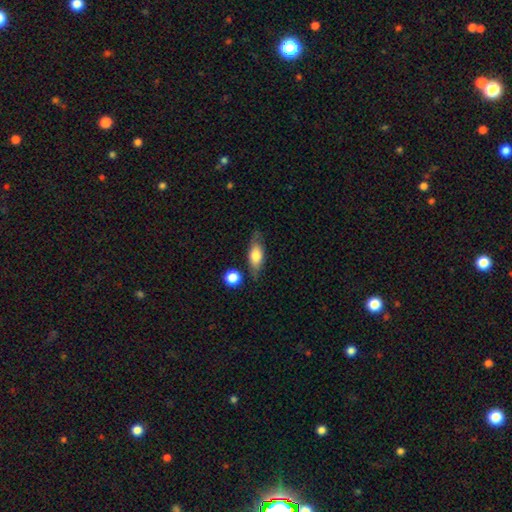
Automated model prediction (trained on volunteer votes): Smooth or featured? smooth (66%)
How rounded? in between (72%)
Merging? none (71%)